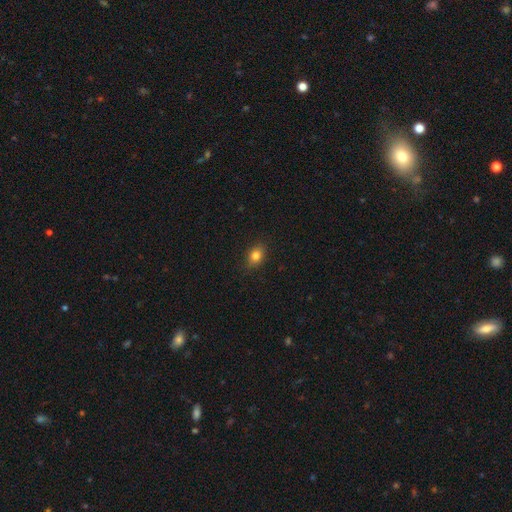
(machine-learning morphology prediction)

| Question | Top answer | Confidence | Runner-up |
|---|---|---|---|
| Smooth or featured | smooth | 81% | star or artifact (11%) |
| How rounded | in between | 68% | round (31%) |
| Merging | none | 86% | minor disturbance (11%) |